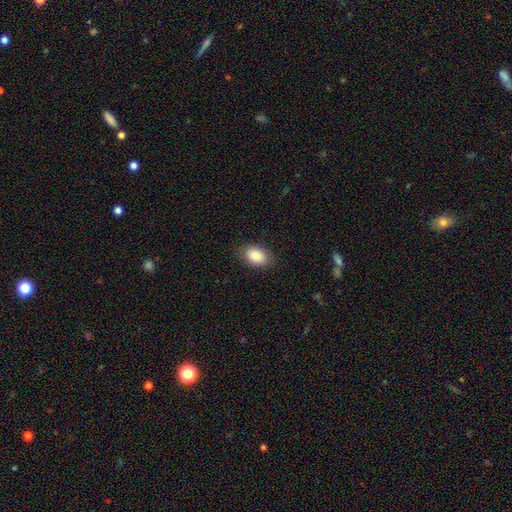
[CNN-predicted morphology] Smooth or featured? smooth (85%)
How rounded? in between (83%)
Merging? none (87%)